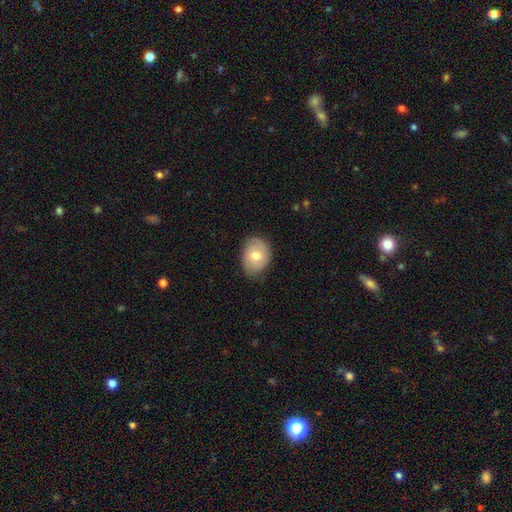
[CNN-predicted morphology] smooth-or-featured: smooth: 63% | featured or disk: 30% | star or artifact: 7%
  how-rounded: in between: 62% | round: 37% | cigar-shaped: 1%
  merging: none: 71% | minor disturbance: 24% | major disturbance: 4% | merger: 1%